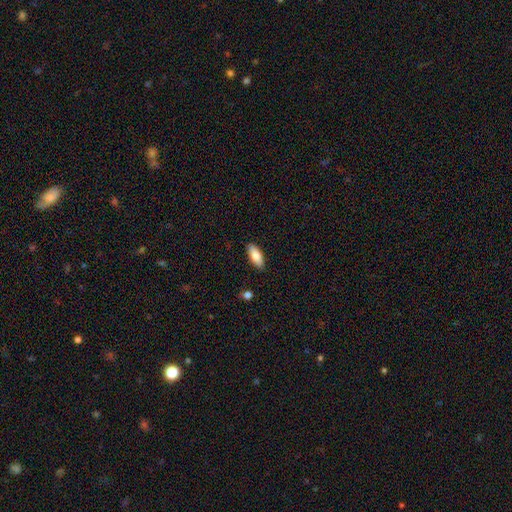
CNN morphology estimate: Smooth or featured: smooth — 83% (featured or disk — 11%)
How rounded: in between — 79% (cigar-shaped — 20%)
Merging: none — 88% (minor disturbance — 9%)